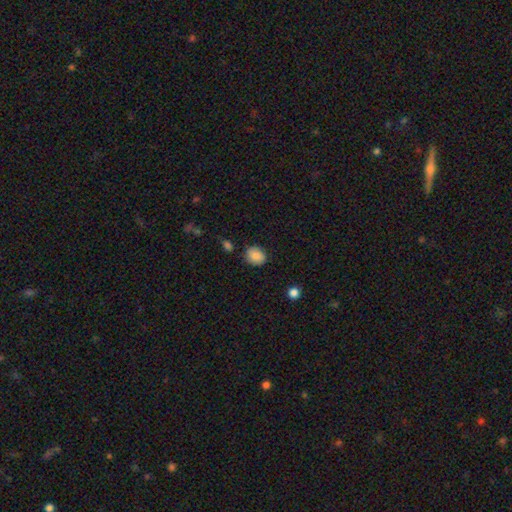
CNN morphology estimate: Q: Smooth or featured?
A: smooth (86%); runner-up: star or artifact (8%)
Q: How rounded?
A: round (56%); runner-up: in between (44%)
Q: Merging?
A: none (79%); runner-up: minor disturbance (15%)